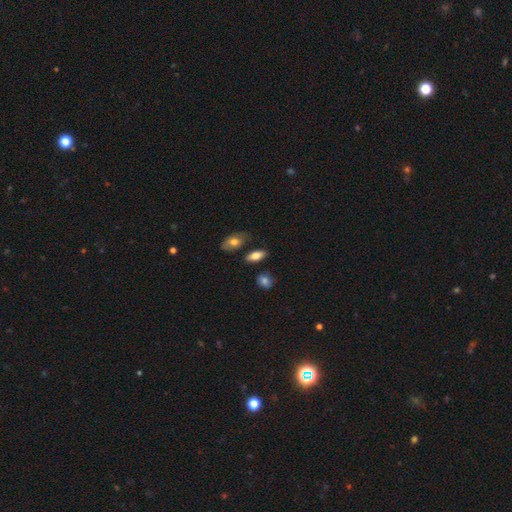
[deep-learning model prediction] Smooth or featured?
  - smooth: 79% *
  - featured or disk: 13%
  - star or artifact: 8%
How rounded?
  - in between: 86% *
  - cigar-shaped: 9%
  - round: 6%
Merging?
  - none: 77% *
  - minor disturbance: 13%
  - merger: 6%
  - major disturbance: 4%